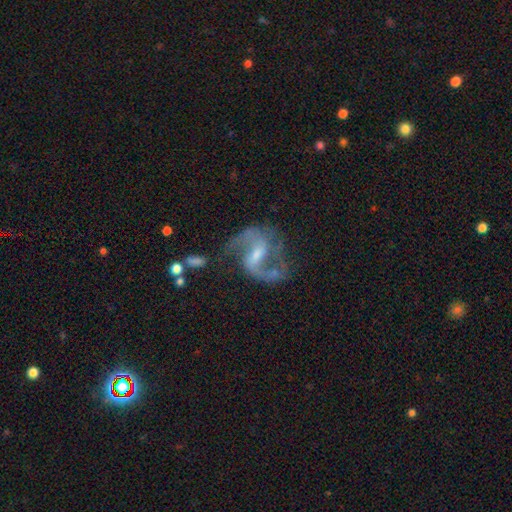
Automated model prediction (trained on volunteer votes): Smooth or featured? Predicted: featured or disk (p=0.90). Edge-on disk? Predicted: no (p=0.98). Bar? Predicted: weak (p=0.52). Spiral arms? Predicted: yes (p=0.97). Spiral winding? Predicted: medium (p=0.51). Spiral arm count? Predicted: 2 (p=0.91). Bulge size? Predicted: small (p=0.46). Merging? Predicted: none (p=0.63).